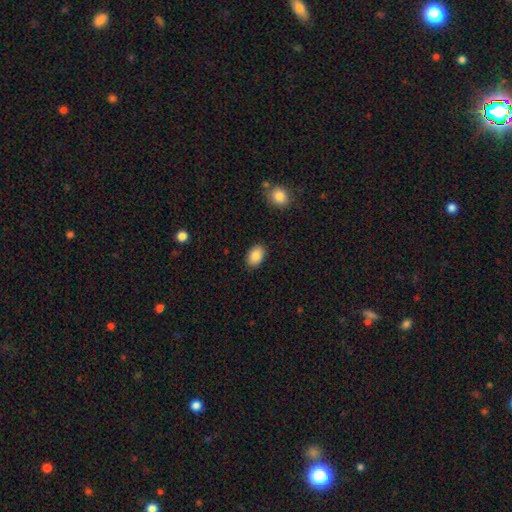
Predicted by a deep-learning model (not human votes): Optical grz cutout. It shows a smooth galaxy with no disk features (88%) that is in between round and cigar-shaped (85%). Merging: none (88%).